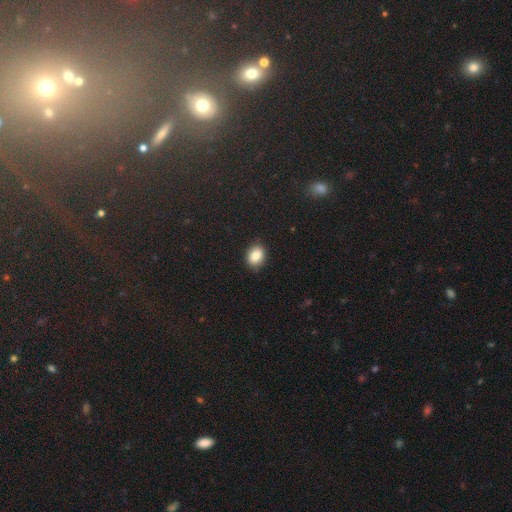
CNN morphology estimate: A smooth galaxy with no disk features (85%) that is in between round and cigar-shaped (58%).

Vote fractions:
- Smooth or featured? smooth: 85% / star or artifact: 9% / featured or disk: 6%
- How rounded? in between: 58% / round: 41% / cigar-shaped: 1%
- Merging? none: 87% / minor disturbance: 10% / major disturbance: 2% / merger: 1%